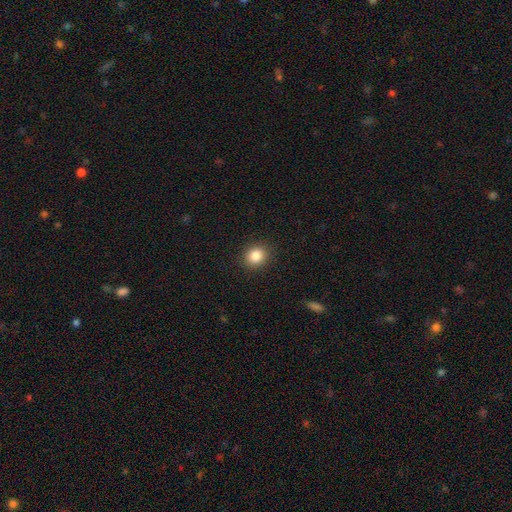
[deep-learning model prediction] This is clearly a smooth galaxy (86%). How rounded: likely round (80%). Merging: clearly none (91%).